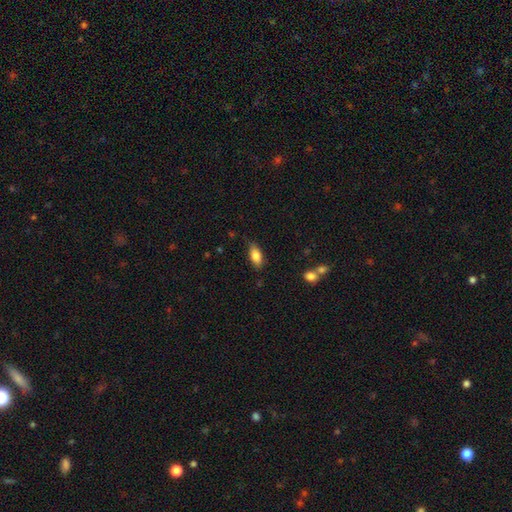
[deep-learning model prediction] smooth_or_featured: smooth (p=0.83) [alt: featured or disk p=0.10]
how_rounded: in between (p=0.86) [alt: cigar-shaped p=0.11]
merging: none (p=0.76) [alt: minor disturbance p=0.19]